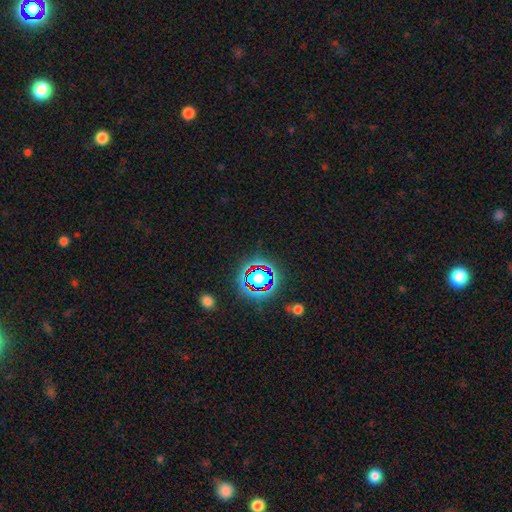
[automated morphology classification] A star or artifact, not a galaxy (76%).

Vote fractions:
- Smooth or featured? star or artifact: 76% / smooth: 15% / featured or disk: 9%